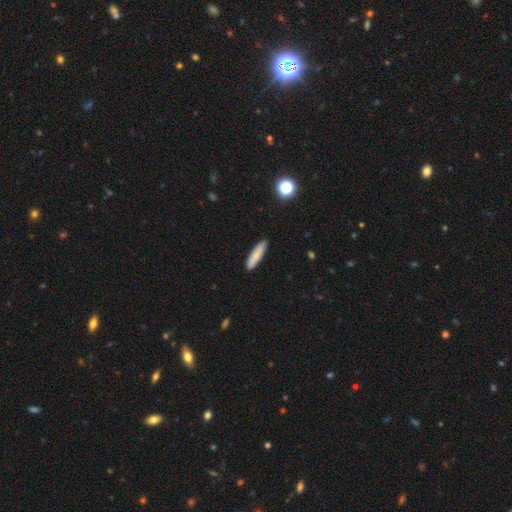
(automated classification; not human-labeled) A smooth galaxy with no disk features (83%) that is cigar-shaped (79%).

Vote fractions:
- Smooth or featured? smooth: 83% / featured or disk: 11% / star or artifact: 7%
- How rounded? cigar-shaped: 79% / in between: 19% / round: 1%
- Merging? none: 89% / minor disturbance: 8% / major disturbance: 2% / merger: 1%